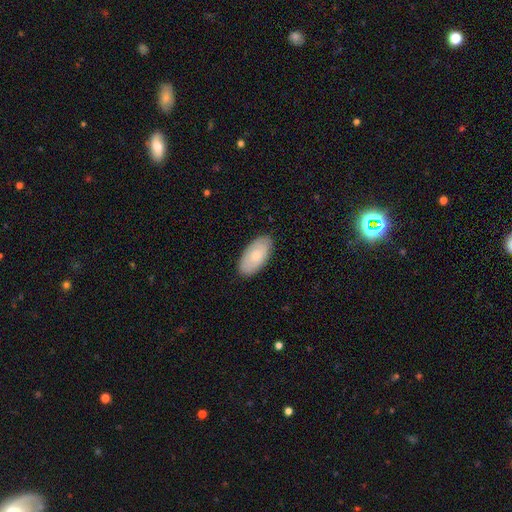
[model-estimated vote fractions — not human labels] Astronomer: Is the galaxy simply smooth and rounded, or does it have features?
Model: smooth — 74%.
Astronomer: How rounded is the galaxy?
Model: in between — 94%.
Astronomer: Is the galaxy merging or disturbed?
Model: none — 87%.